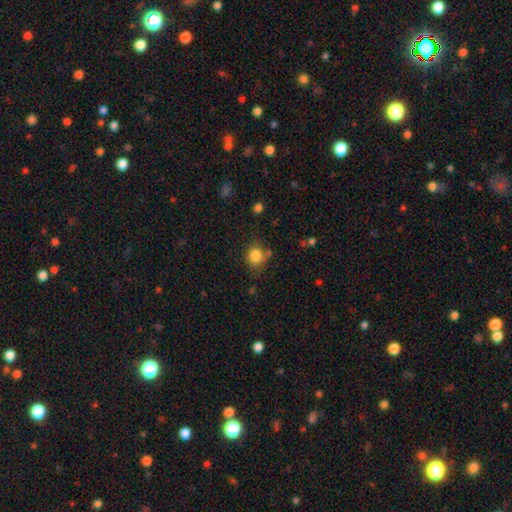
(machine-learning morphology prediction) type=smooth (84%); roundness=round (70%); merging=none (68%).